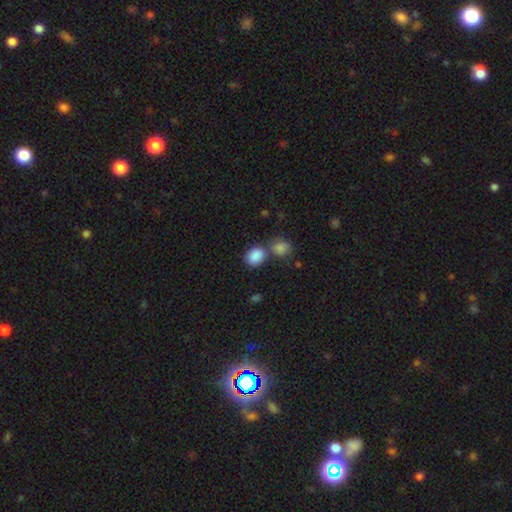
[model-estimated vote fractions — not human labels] This appears to be a smooth galaxy with no disk features (87%) that is in between round and cigar-shaped (56%). Merging: none (50%).